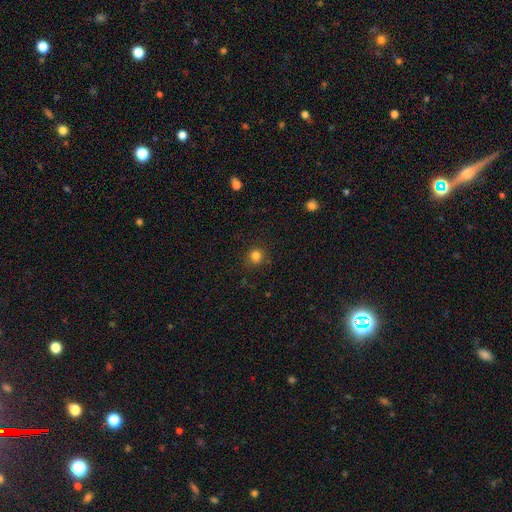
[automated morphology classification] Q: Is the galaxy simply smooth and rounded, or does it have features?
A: smooth — 82%.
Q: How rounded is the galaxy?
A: round — 89%.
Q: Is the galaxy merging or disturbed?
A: none — 85%.